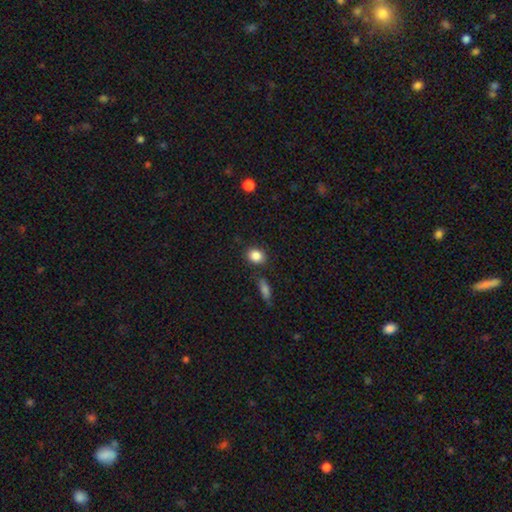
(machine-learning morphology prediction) Q: Smooth or featured?
A: smooth (86%); runner-up: star or artifact (9%)
Q: How rounded?
A: round (57%); runner-up: in between (42%)
Q: Merging?
A: none (81%); runner-up: minor disturbance (11%)